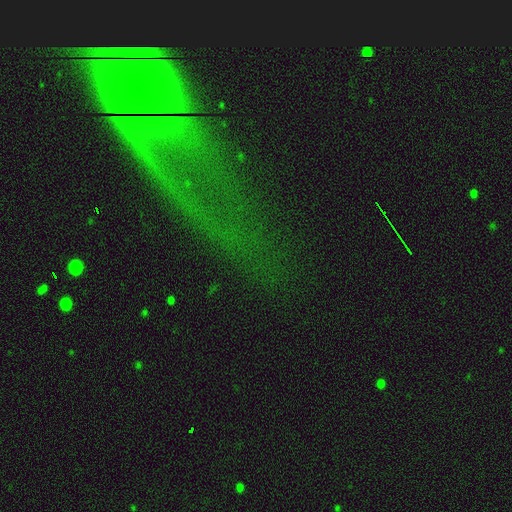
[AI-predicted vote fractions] Smooth or featured?
  - featured or disk: 49% *
  - star or artifact: 32%
  - smooth: 19%
Merging?
  - none: 50% *
  - major disturbance: 23%
  - minor disturbance: 15%
  - merger: 11%